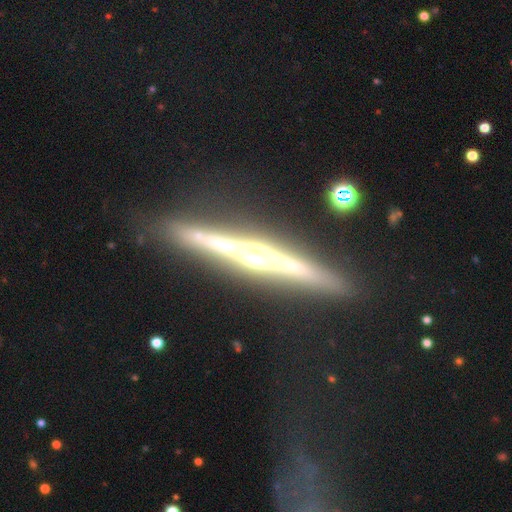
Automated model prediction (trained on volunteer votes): The model was most divided on "edge-on bulge": rounded: 80%, boxy: 13%, none: 7%. More confident: edge-on disk — yes (98%); merging — none (88%); smooth or featured — featured or disk (87%).